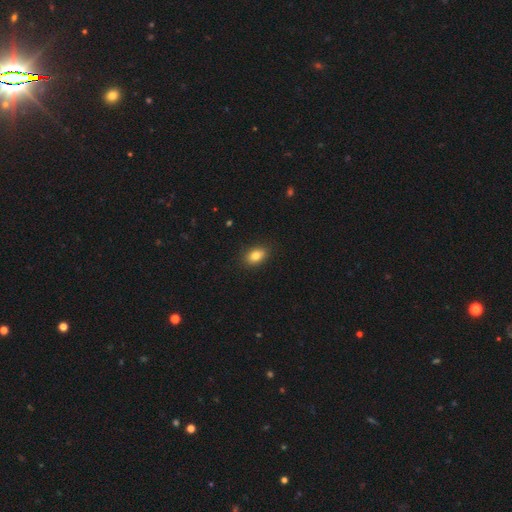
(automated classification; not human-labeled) smooth-or-featured: smooth: 82% | star or artifact: 9% | featured or disk: 9%
  how-rounded: in between: 81% | round: 17% | cigar-shaped: 2%
  merging: none: 87% | minor disturbance: 10% | major disturbance: 2% | merger: 1%